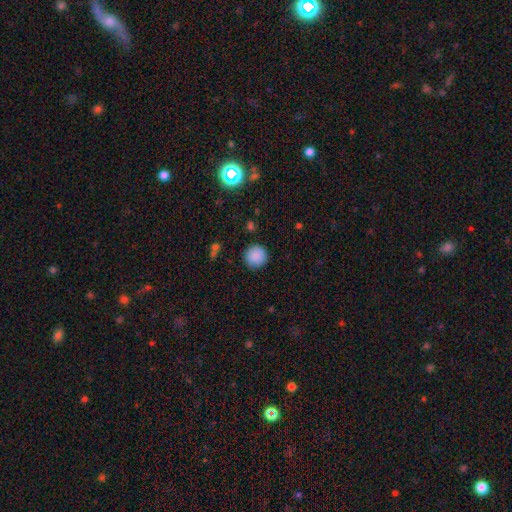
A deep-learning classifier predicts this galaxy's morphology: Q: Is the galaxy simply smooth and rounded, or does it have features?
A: smooth — 88%.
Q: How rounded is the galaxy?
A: round — 95%.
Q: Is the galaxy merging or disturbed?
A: none — 90%.